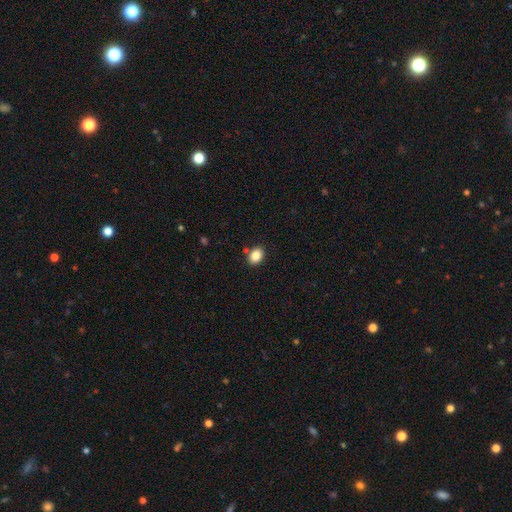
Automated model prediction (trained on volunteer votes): The model was most divided on "how rounded": in between: 74%, round: 25%, cigar-shaped: 1%. More confident: smooth or featured — smooth (86%); merging — none (83%).